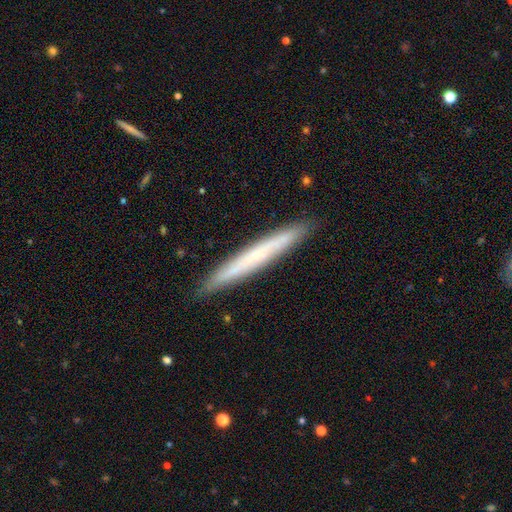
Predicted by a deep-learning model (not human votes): A smooth galaxy with no disk features (52%) that is cigar-shaped (97%).

Vote fractions:
- Smooth or featured? smooth: 52% / featured or disk: 42% / star or artifact: 6%
- How rounded? cigar-shaped: 97% / in between: 2% / round: 1%
- Merging? none: 92% / minor disturbance: 6% / major disturbance: 1% / merger: 1%